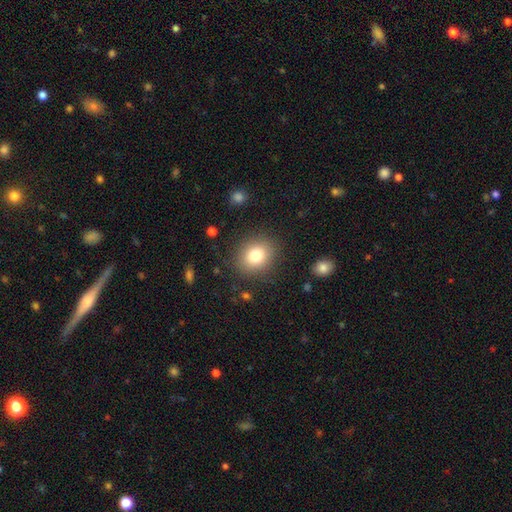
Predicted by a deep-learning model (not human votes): Morphology: type=smooth (80%); roundness=round (64%); merging=none (86%).